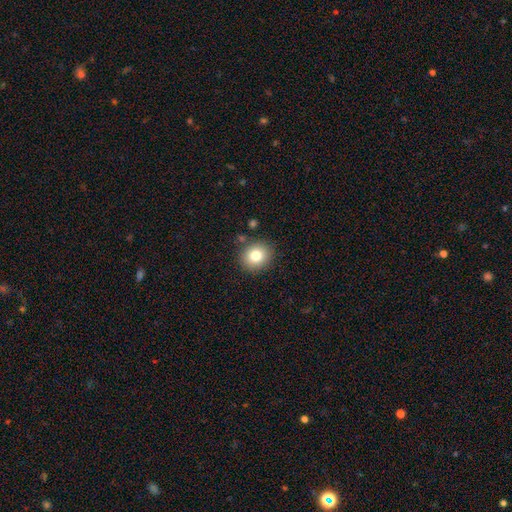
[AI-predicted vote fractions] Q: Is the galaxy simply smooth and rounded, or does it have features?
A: smooth — 80%.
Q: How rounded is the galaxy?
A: round — 80%.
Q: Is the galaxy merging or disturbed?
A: none — 85%.